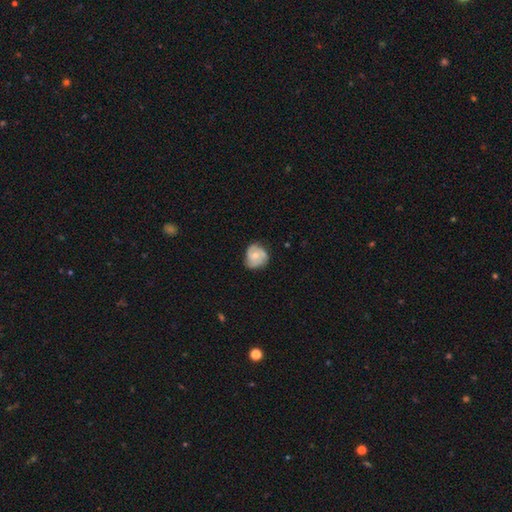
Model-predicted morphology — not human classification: Smooth or featured?
  - featured or disk: 54% *
  - smooth: 39%
  - star or artifact: 7%
Edge-on disk?
  - no: 97% *
  - yes: 3%
Bar?
  - no: 79% *
  - weak: 17%
  - strong: 4%
Spiral arms?
  - yes: 78% *
  - no: 22%
Bulge size?
  - moderate: 61% *
  - small: 35%
  - large: 2%
  - none: 1%
  - dominant: 1%
Merging?
  - none: 64% *
  - minor disturbance: 28%
  - major disturbance: 7%
  - merger: 1%